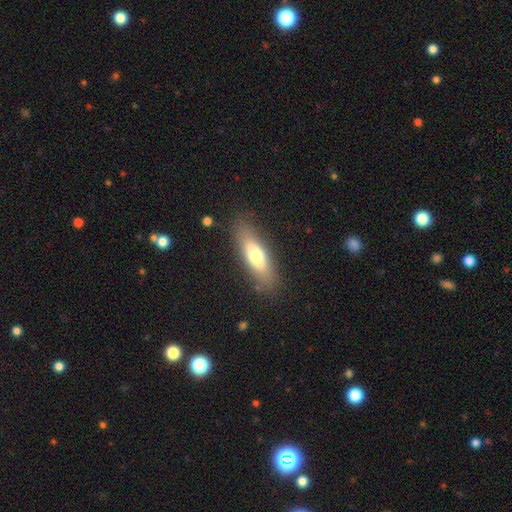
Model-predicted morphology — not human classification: A smooth galaxy with no disk features (66%) that is in between round and cigar-shaped (50%).

Vote fractions:
- Smooth or featured? smooth: 66% / featured or disk: 27% / star or artifact: 7%
- How rounded? in between: 50% / cigar-shaped: 48% / round: 2%
- Merging? none: 83% / minor disturbance: 11% / major disturbance: 4% / merger: 2%